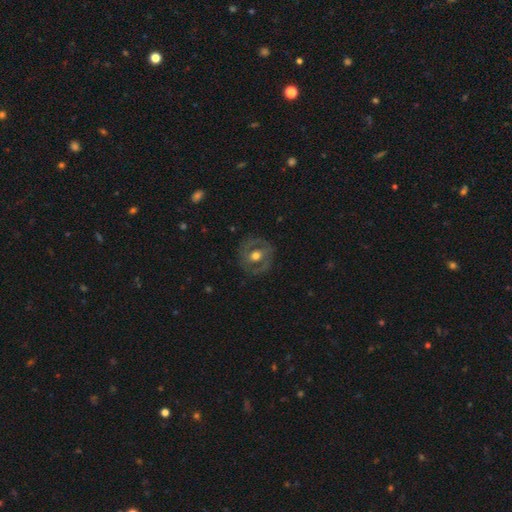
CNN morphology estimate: This appears to be a featured or disk galaxy (63%) with no bar (61%), no spiral arms (66%) and a moderate central bulge (74%). Merging: none (78%).